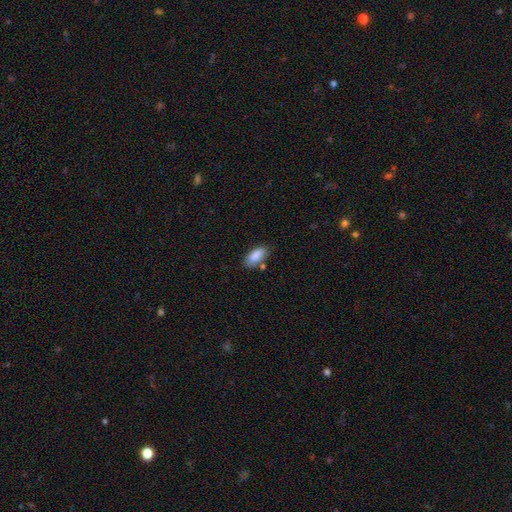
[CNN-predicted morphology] Smooth or featured?
  - smooth: 87% *
  - star or artifact: 7%
  - featured or disk: 6%
How rounded?
  - in between: 87% *
  - cigar-shaped: 10%
  - round: 2%
Merging?
  - none: 74% *
  - minor disturbance: 16%
  - merger: 7%
  - major disturbance: 3%